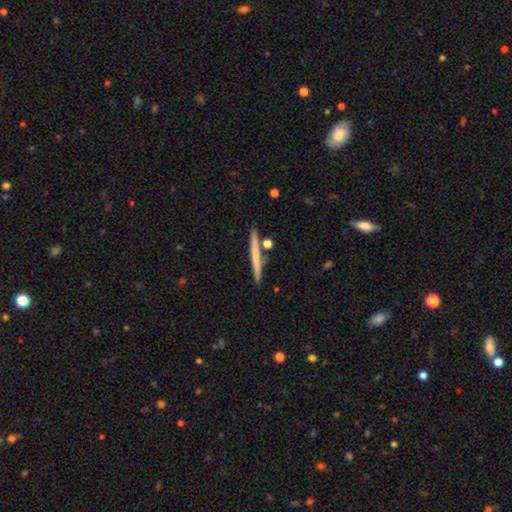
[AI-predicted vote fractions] This is possibly a smooth galaxy (58%). How rounded: clearly cigar-shaped (96%). Merging: clearly none (86%).